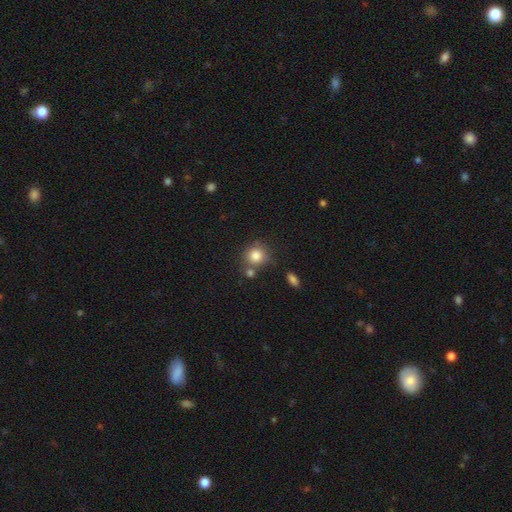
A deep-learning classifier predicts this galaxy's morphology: This is clearly a smooth galaxy (83%). How rounded: clearly round (85%). Merging: likely none (65%).